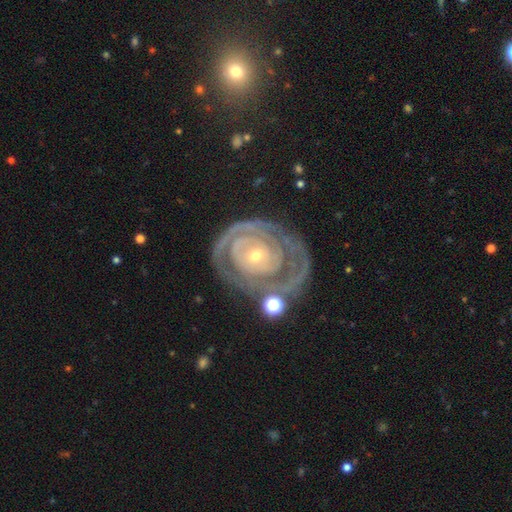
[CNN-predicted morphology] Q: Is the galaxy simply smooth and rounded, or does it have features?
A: featured or disk — 85%.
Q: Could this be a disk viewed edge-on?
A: no — 96%.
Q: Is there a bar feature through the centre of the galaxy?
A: no — 79%.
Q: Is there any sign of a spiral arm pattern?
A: yes — 84%.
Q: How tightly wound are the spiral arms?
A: tight — 82%.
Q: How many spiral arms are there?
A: can't tell — 38%.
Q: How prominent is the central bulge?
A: small — 72%.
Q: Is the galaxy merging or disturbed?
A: none — 63%.